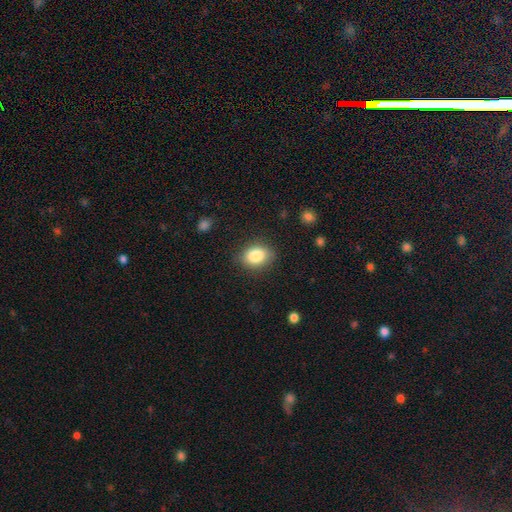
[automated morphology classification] A smooth galaxy with no disk features (85%) that is in between round and cigar-shaped (69%).

Vote fractions:
- Smooth or featured? smooth: 85% / star or artifact: 8% / featured or disk: 7%
- How rounded? in between: 69% / round: 29% / cigar-shaped: 1%
- Merging? none: 84% / minor disturbance: 11% / major disturbance: 3% / merger: 1%